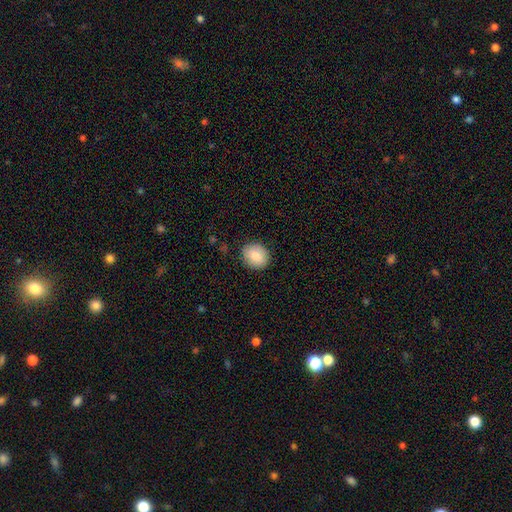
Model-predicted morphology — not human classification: Smooth or featured?
  - smooth: 85% *
  - featured or disk: 8%
  - star or artifact: 7%
How rounded?
  - round: 69% *
  - in between: 30%
  - cigar-shaped: 1%
Merging?
  - none: 86% *
  - minor disturbance: 11%
  - major disturbance: 2%
  - merger: 1%